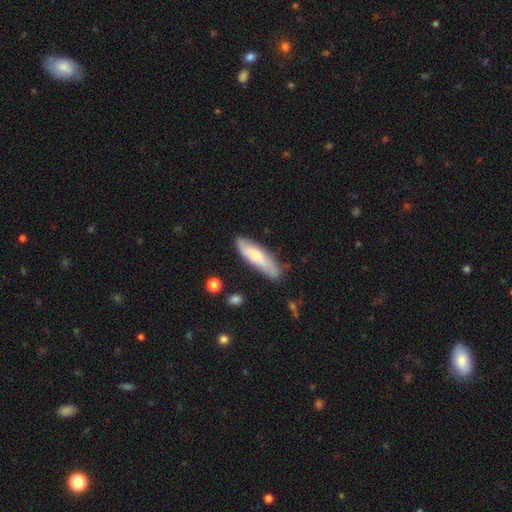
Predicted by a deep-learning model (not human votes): smooth-or-featured: smooth: 65% | featured or disk: 29% | star or artifact: 6%
  how-rounded: cigar-shaped: 61% | in between: 37% | round: 2%
  merging: none: 70% | minor disturbance: 22% | major disturbance: 5% | merger: 3%